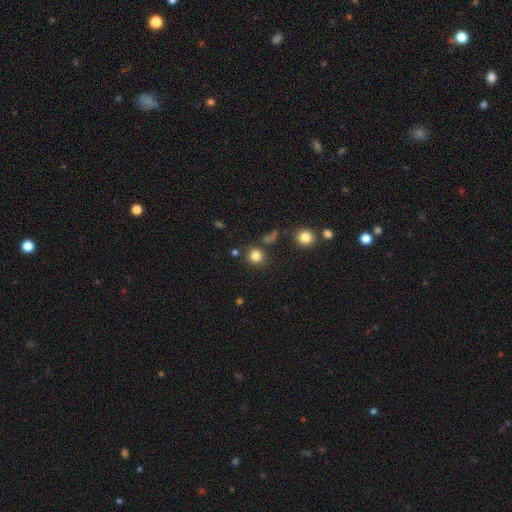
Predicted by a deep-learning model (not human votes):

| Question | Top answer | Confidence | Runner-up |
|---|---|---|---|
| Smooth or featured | smooth | 82% | star or artifact (13%) |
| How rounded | round | 90% | in between (9%) |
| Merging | none | 81% | minor disturbance (9%) |